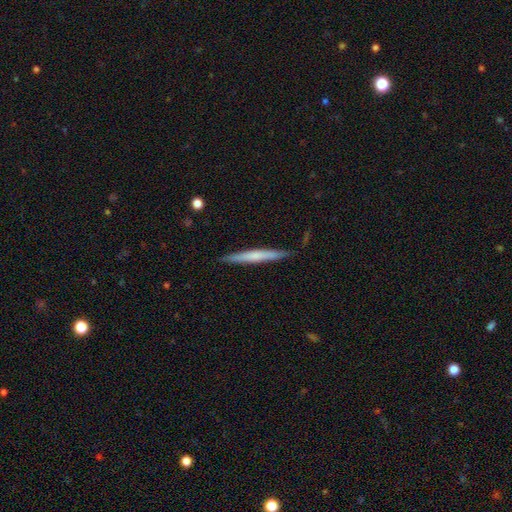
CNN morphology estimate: A smooth galaxy with no disk features (54%) that is cigar-shaped (96%). Merging: none (87%).